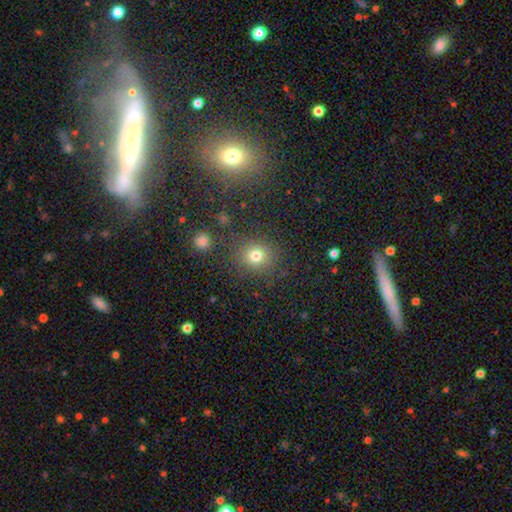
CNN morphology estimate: smooth 75%, star or artifact 18%, featured or disk 7%. Down the decision tree: how rounded — round (82%); merging — none (81%).